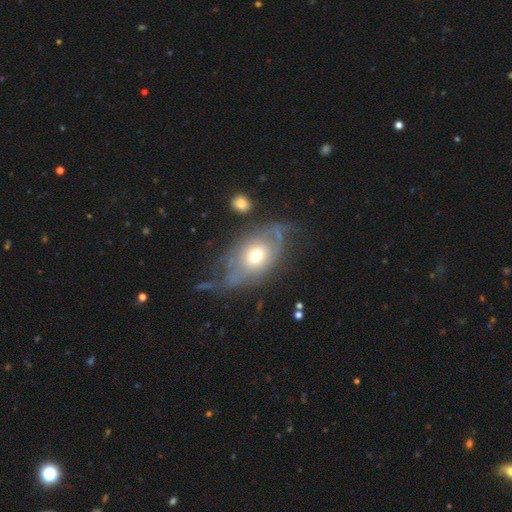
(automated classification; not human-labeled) A featured or disk galaxy (57%). Merging: none (38%).